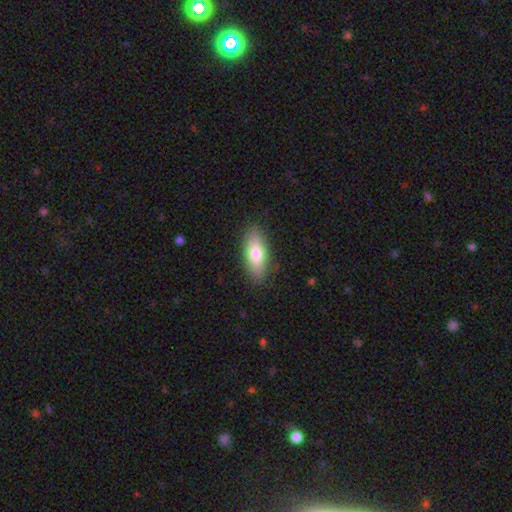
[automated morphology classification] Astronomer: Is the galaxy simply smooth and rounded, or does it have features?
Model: smooth — 76%.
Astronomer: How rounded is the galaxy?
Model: in between — 72%.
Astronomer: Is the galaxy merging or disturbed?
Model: none — 87%.